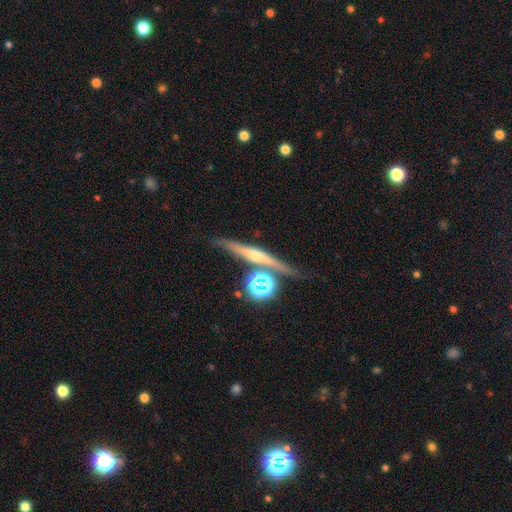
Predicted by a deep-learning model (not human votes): Smooth or featured: featured or disk — 67% (smooth — 19%)
Edge-on disk: yes — 94% (no — 6%)
Edge-on bulge: rounded — 75% (none — 17%)
Merging: none — 75% (minor disturbance — 11%)